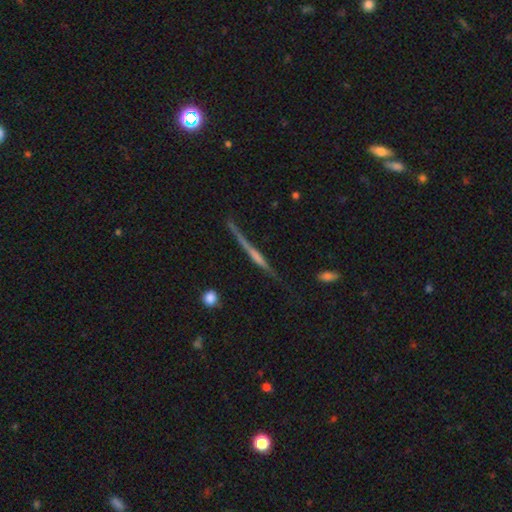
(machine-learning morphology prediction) This appears to be a featured or disk galaxy (69%) viewed edge-on (96%) with a rounded central bulge (48%). Merging: none (82%).